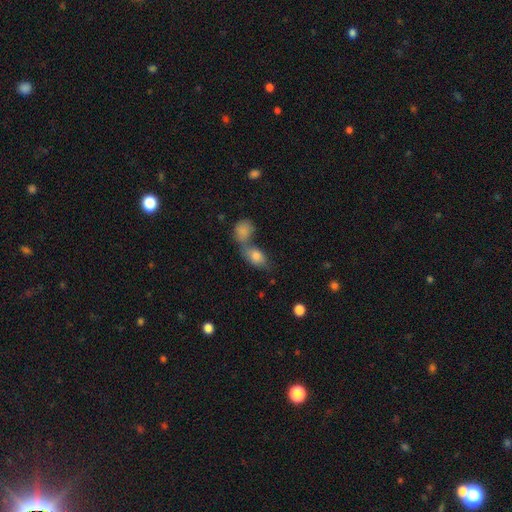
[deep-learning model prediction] smooth 78%, featured or disk 13%, star or artifact 10%. Down the decision tree: how rounded — in between (80%); merging — merger (49%).